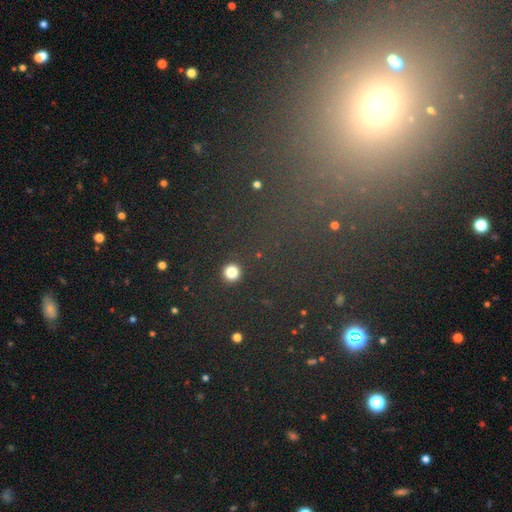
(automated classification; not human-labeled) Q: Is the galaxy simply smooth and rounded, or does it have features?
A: star or artifact — 56%.